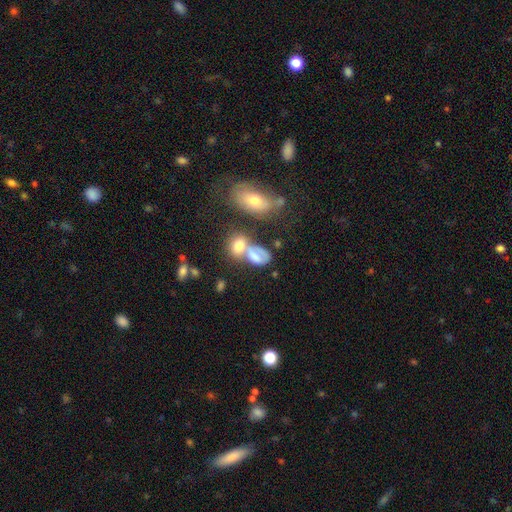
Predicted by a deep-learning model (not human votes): smooth-or-featured: smooth: 65% | featured or disk: 22% | star or artifact: 12%
  how-rounded: in between: 81% | round: 17% | cigar-shaped: 3%
  merging: merger: 49% | none: 26% | minor disturbance: 14% | major disturbance: 11%